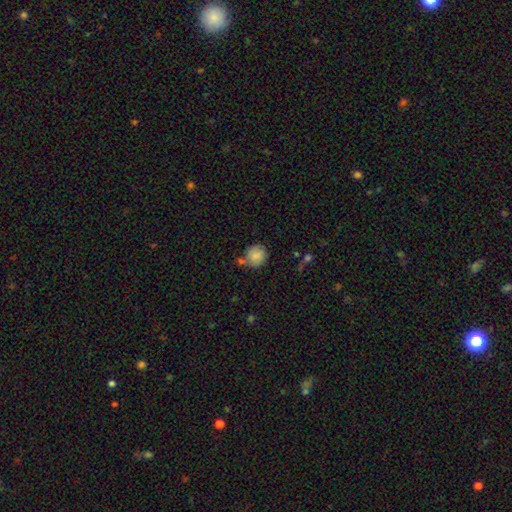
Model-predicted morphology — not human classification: Overall: smooth (86%). How rounded: round (88%). Merging: none (62%).